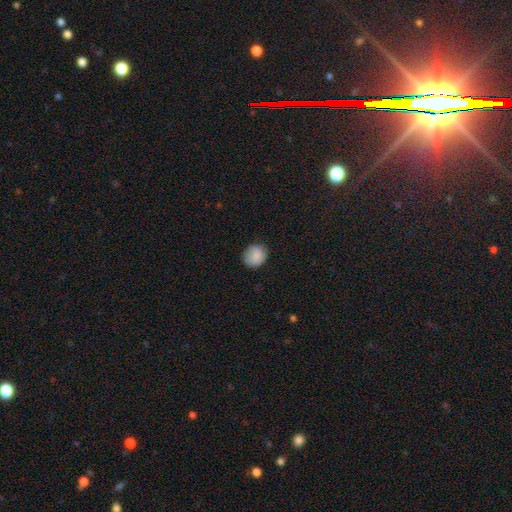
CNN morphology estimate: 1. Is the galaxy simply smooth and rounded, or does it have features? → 88% smooth, 8% star or artifact, 4% featured or disk.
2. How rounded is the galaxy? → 75% round, 24% in between, 1% cigar-shaped.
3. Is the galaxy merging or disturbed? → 85% none, 12% minor disturbance, 3% major disturbance, 1% merger.